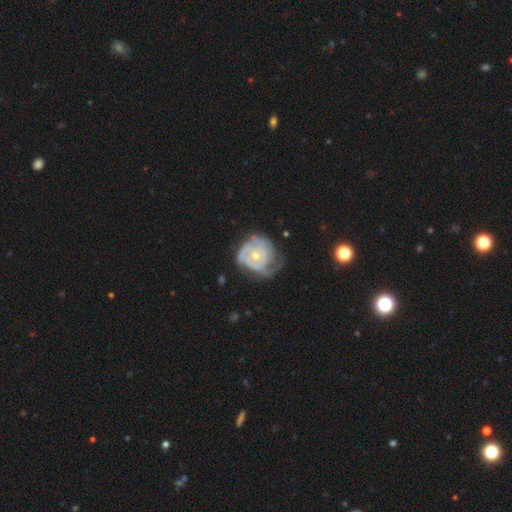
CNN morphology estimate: Smooth or featured? Predicted: featured or disk (p=0.79). Edge-on disk? Predicted: no (p=0.98). Bar? Predicted: no (p=0.82). Spiral arms? Predicted: yes (p=0.86). Spiral winding? Predicted: tight (p=0.67). Spiral arm count? Predicted: can't tell (p=0.37). Bulge size? Predicted: moderate (p=0.50). Merging? Predicted: none (p=0.48).